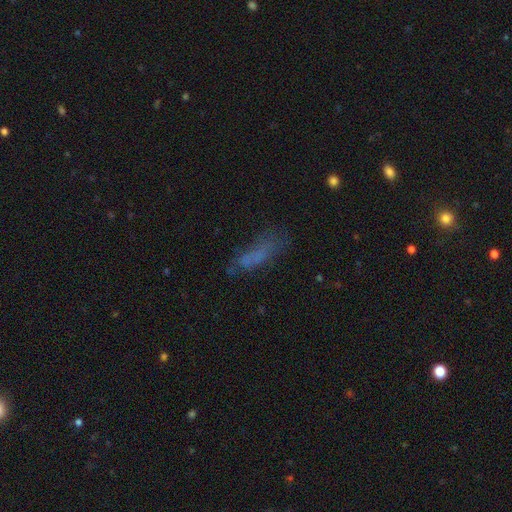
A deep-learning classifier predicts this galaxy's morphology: type=smooth (60%); roundness=cigar-shaped (53%); merging=none (51%).